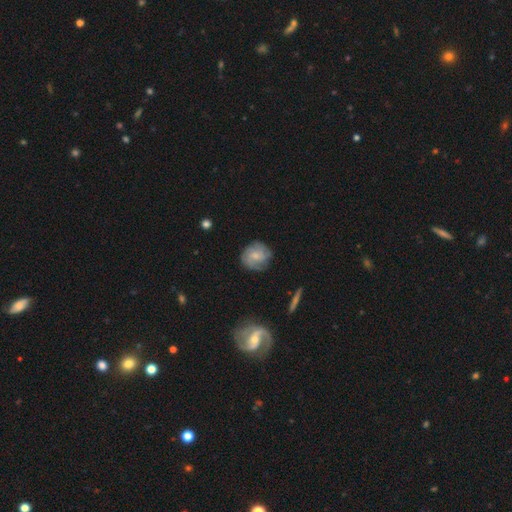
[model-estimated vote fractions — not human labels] This appears to be a featured or disk galaxy (47%). Merging: none (74%).